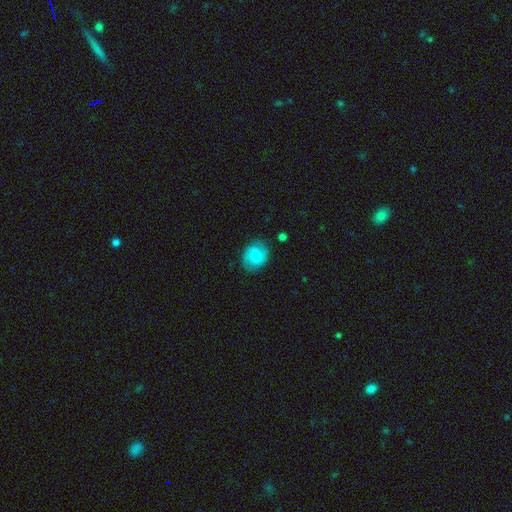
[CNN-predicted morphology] Overall: smooth (61%; featured or disk 31%). How rounded: round (57%; in between 42%). Merging: none (78%).